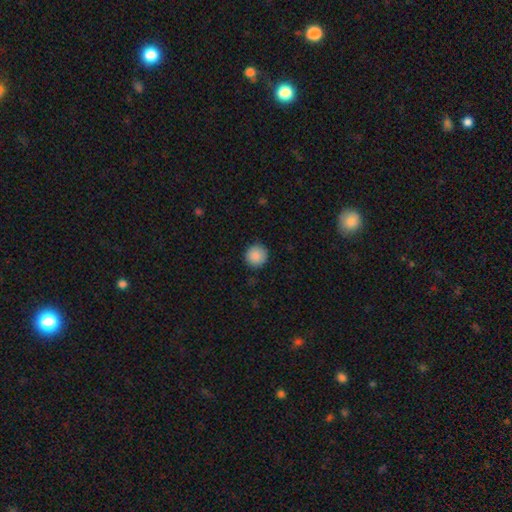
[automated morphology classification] The model was most divided on "smooth or featured": smooth: 89%, star or artifact: 8%, featured or disk: 3%. More confident: how rounded — round (95%); merging — none (90%).